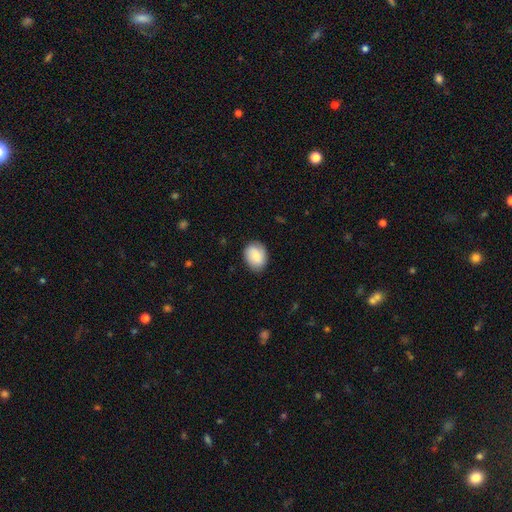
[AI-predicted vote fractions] This appears to be a smooth galaxy with no disk features (77%) that is in between round and cigar-shaped (61%). Merging: none (81%).